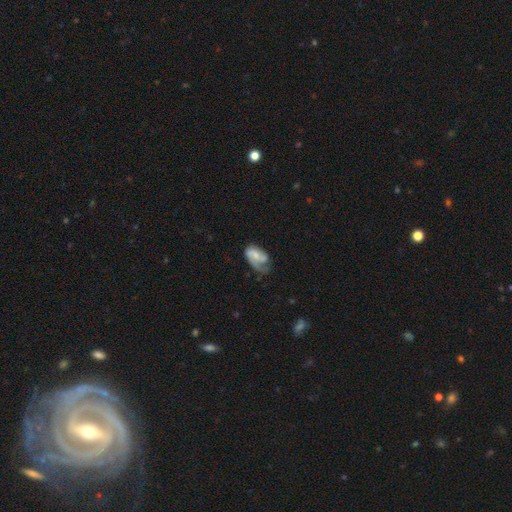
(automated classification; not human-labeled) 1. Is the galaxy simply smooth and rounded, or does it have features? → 62% featured or disk, 32% smooth, 7% star or artifact.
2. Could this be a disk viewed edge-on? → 97% no, 3% yes.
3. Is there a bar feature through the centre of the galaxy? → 55% no, 36% weak, 9% strong.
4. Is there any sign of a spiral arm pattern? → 84% yes, 16% no.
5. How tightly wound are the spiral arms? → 41% medium, 30% tight, 29% loose.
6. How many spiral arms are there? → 48% 2, 34% 1, 13% can't tell, 3% 3, 1% 4, 1% more than 4.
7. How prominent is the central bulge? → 47% small, 33% moderate, 15% none, 4% large, 1% dominant.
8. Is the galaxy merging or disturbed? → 39% none, 32% minor disturbance, 26% major disturbance, 3% merger.